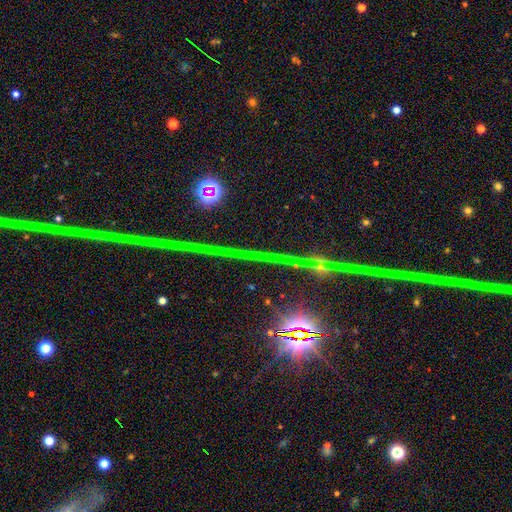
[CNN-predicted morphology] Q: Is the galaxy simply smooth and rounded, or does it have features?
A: star or artifact — 79%.